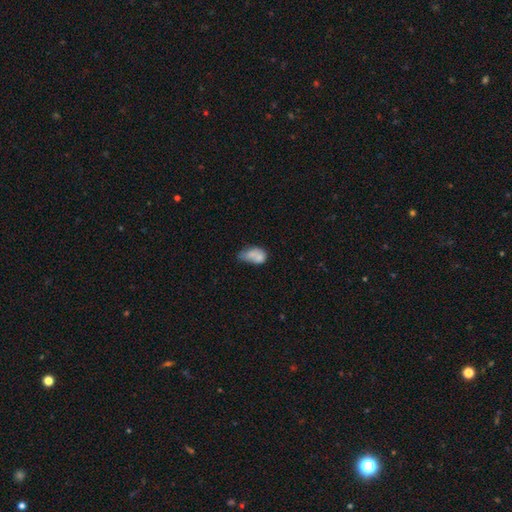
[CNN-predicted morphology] Q: Smooth or featured?
A: smooth (71%); runner-up: featured or disk (20%)
Q: How rounded?
A: in between (84%); runner-up: round (13%)
Q: Merging?
A: merger (36%); runner-up: minor disturbance (25%)